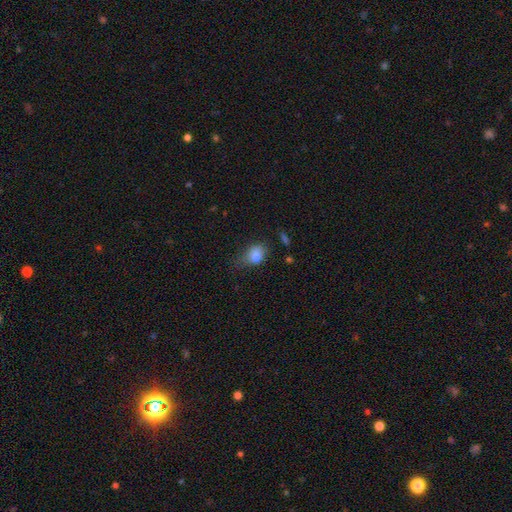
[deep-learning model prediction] A smooth galaxy with no disk features (80%) that is in between round and cigar-shaped (74%). Merging: none (38%).